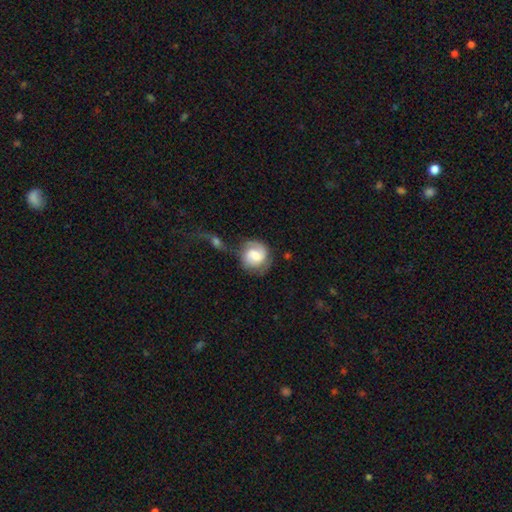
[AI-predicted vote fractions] A featured or disk galaxy (53%) with a weak bar (46%), spiral arms (86%) and a moderate central bulge (47%).

Vote fractions:
- Smooth or featured? featured or disk: 53% / smooth: 40% / star or artifact: 7%
- Edge-on disk? no: 97% / yes: 3%
- Bar? weak: 46% / no: 42% / strong: 13%
- Spiral arms? yes: 86% / no: 14%
- Bulge size? moderate: 47% / large: 25% / small: 19% / none: 6% / dominant: 3%
- Merging? none: 50% / minor disturbance: 20% / major disturbance: 15% / merger: 14%